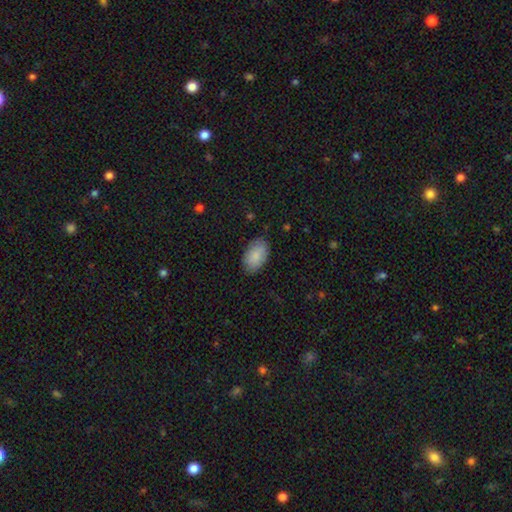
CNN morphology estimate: This appears to be a smooth galaxy with no disk features (88%) that is in between round and cigar-shaped (94%). Merging: none (84%).